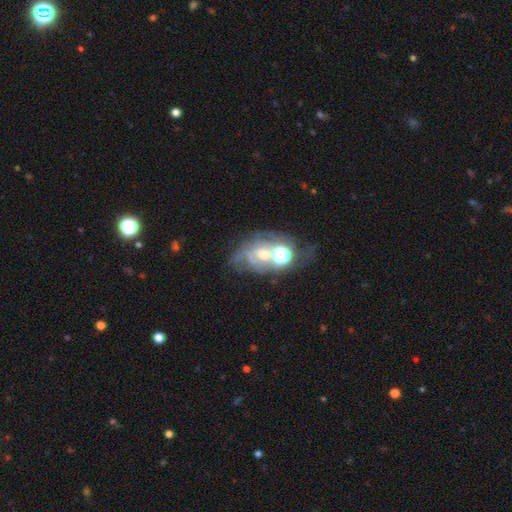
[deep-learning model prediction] smooth-or-featured: featured or disk: 60% | star or artifact: 23% | smooth: 17%
  disk-edge-on: no: 96% | yes: 4%
    bar: no: 70% | weak: 23% | strong: 7%
    has-spiral-arms: yes: 81% | no: 19%
    bulge-size: moderate: 47% | small: 38% | large: 8% | none: 5% | dominant: 3%
  merging: none: 39% | merger: 23% | major disturbance: 22% | minor disturbance: 16%